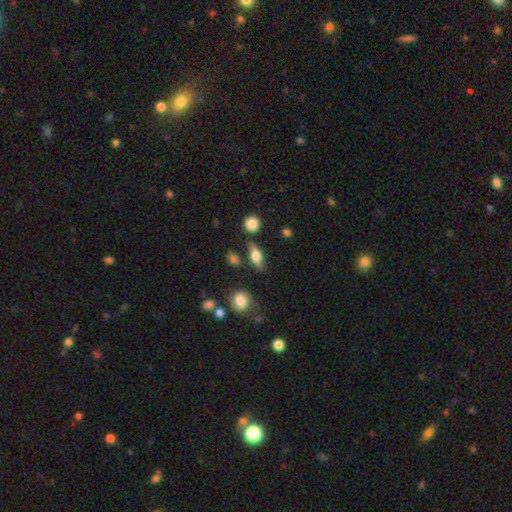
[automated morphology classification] Smooth or featured? Predicted: smooth (p=0.62). How rounded? Predicted: in between (p=0.71). Merging? Predicted: none (p=0.75).